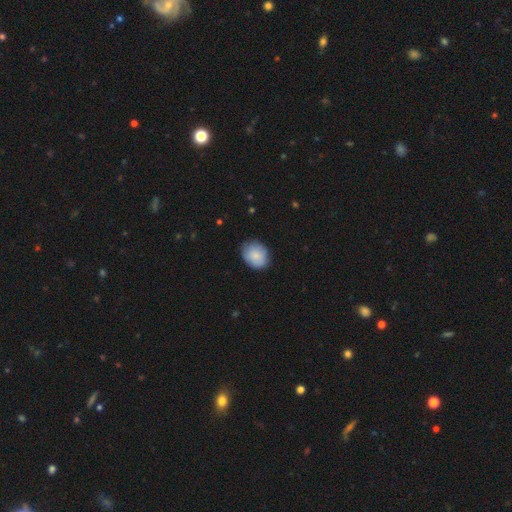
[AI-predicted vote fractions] smooth 83%, featured or disk 10%, star or artifact 7%. Down the decision tree: how rounded — in between (57%); merging — none (77%).